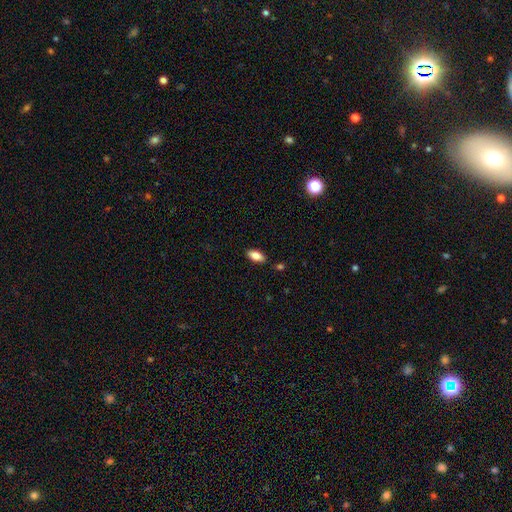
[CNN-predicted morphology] Smooth or featured? smooth (83%)
How rounded? in between (90%)
Merging? none (87%)